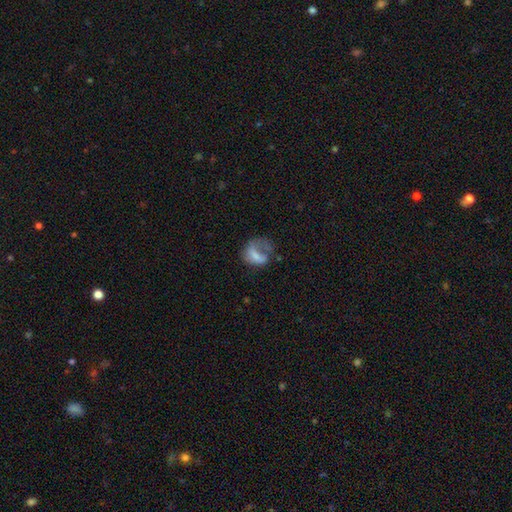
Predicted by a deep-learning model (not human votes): smooth_or_featured: smooth (p=0.55) [alt: featured or disk p=0.35]
how_rounded: in between (p=0.59) [alt: round p=0.38]
merging: major disturbance (p=0.51) [alt: none p=0.24]